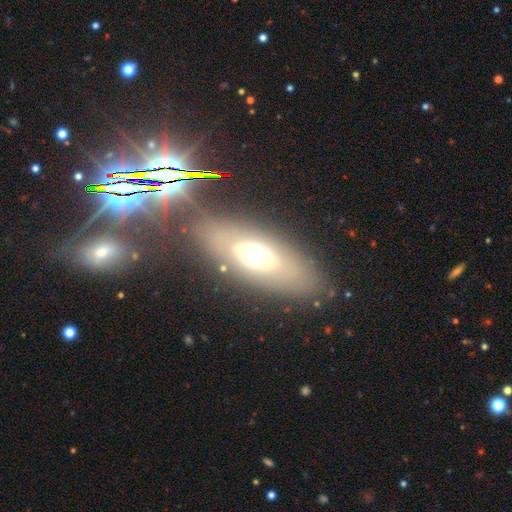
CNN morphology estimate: smooth-or-featured: smooth: 53% | featured or disk: 34% | star or artifact: 13%
  how-rounded: in between: 74% | cigar-shaped: 20% | round: 6%
  merging: none: 76% | minor disturbance: 11% | major disturbance: 7% | merger: 6%